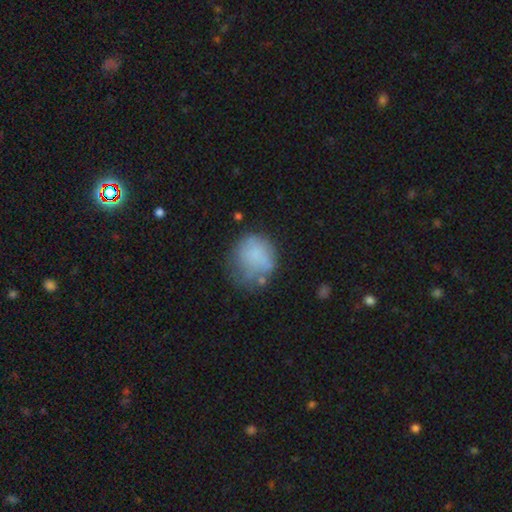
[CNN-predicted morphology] Smooth or featured: smooth — 71% (featured or disk — 20%)
How rounded: round — 76% (in between — 23%)
Merging: none — 43% (minor disturbance — 30%)